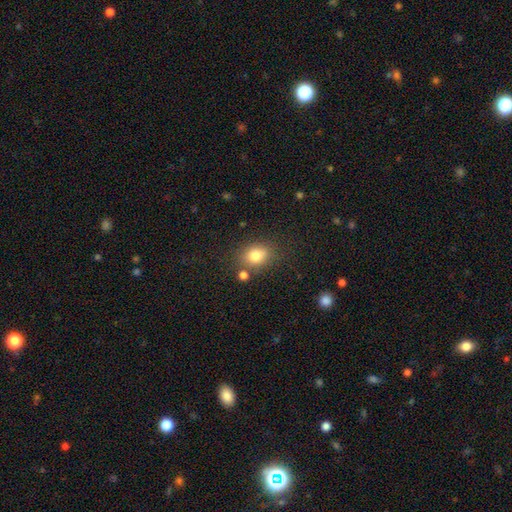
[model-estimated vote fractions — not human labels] Q: Smooth or featured?
A: smooth (80%); runner-up: star or artifact (11%)
Q: How rounded?
A: round (50%); runner-up: in between (48%)
Q: Merging?
A: none (72%); runner-up: minor disturbance (14%)